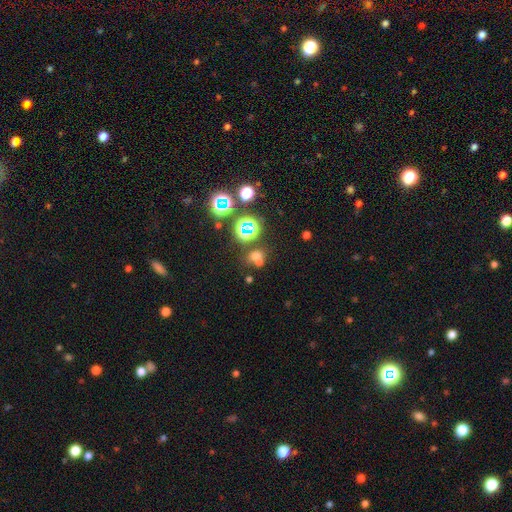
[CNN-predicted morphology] Smooth or featured?
  - smooth: 50% *
  - star or artifact: 39%
  - featured or disk: 12%
Merging?
  - none: 49% *
  - merger: 35%
  - minor disturbance: 10%
  - major disturbance: 6%